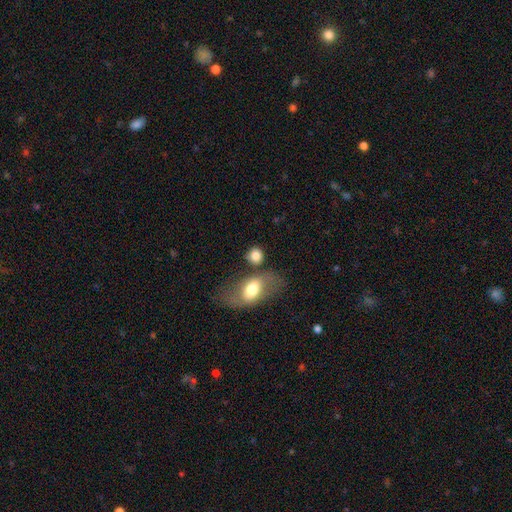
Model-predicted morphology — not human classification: Smooth or featured?
  - smooth: 80% *
  - featured or disk: 12%
  - star or artifact: 8%
How rounded?
  - round: 69% *
  - in between: 29%
  - cigar-shaped: 2%
Merging?
  - none: 63% *
  - merger: 18%
  - minor disturbance: 12%
  - major disturbance: 6%